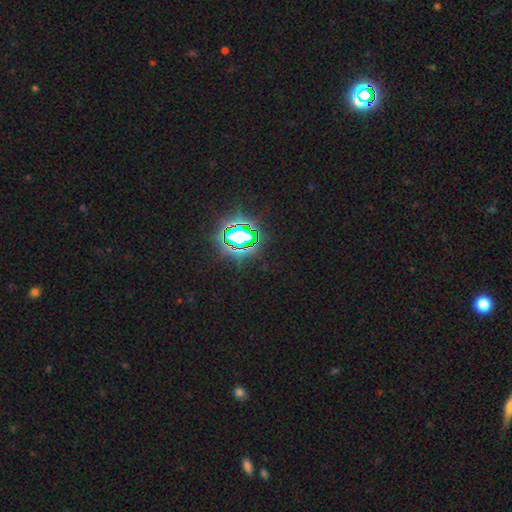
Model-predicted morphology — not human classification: star or artifact 81%, smooth 13%, featured or disk 7%.